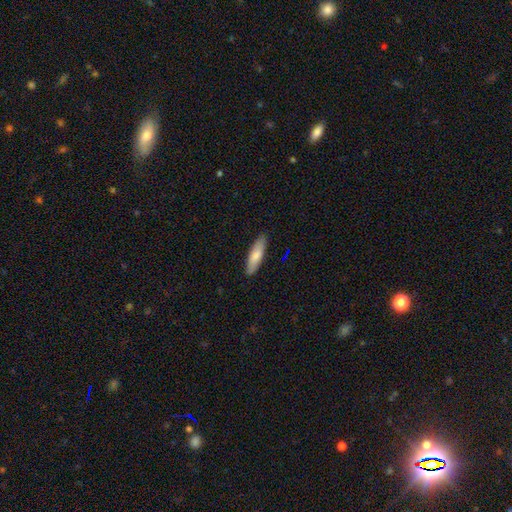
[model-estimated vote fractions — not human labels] Smooth or featured? smooth (79%)
How rounded? cigar-shaped (61%)
Merging? none (88%)